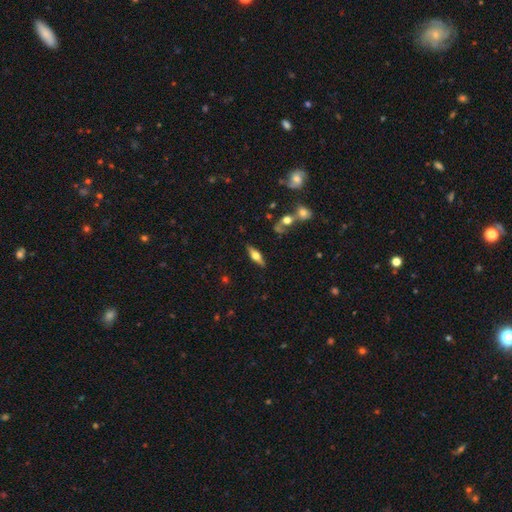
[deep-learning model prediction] Q: Smooth or featured?
A: featured or disk (57%); runner-up: smooth (36%)
Q: Edge-on disk?
A: yes (92%); runner-up: no (8%)
Q: Edge-on bulge?
A: rounded (93%); runner-up: boxy (5%)
Q: Merging?
A: none (85%); runner-up: minor disturbance (9%)